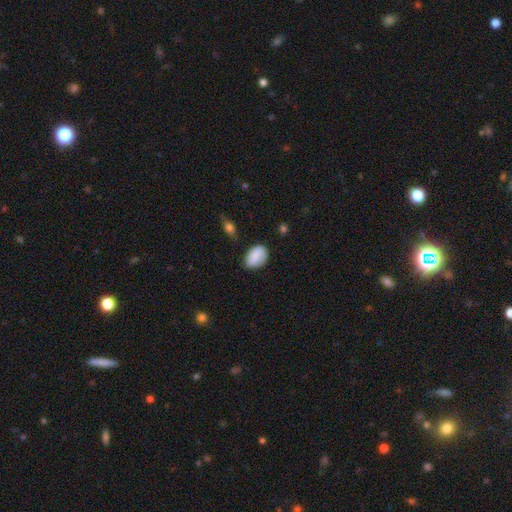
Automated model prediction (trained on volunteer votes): smooth-or-featured: smooth: 78% | featured or disk: 14% | star or artifact: 8%
  how-rounded: in between: 80% | round: 19% | cigar-shaped: 1%
  merging: none: 71% | minor disturbance: 21% | major disturbance: 5% | merger: 2%